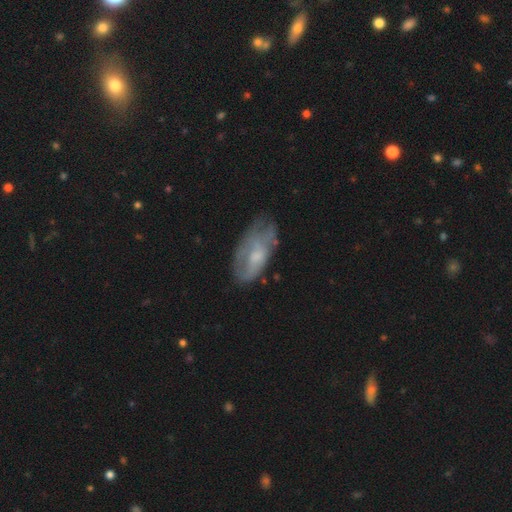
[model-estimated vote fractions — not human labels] Overall: featured or disk (48%; smooth 45%). Merging: none (47%; minor disturbance 31%).